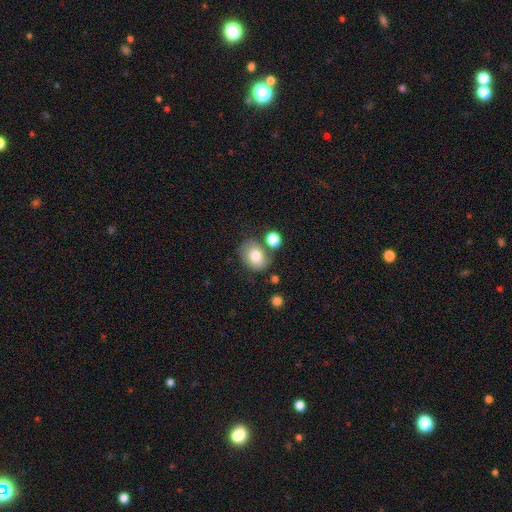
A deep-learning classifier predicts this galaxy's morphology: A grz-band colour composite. It shows a smooth galaxy with no disk features (78%) that is in between round and cigar-shaped (57%). Merging: none (66%).